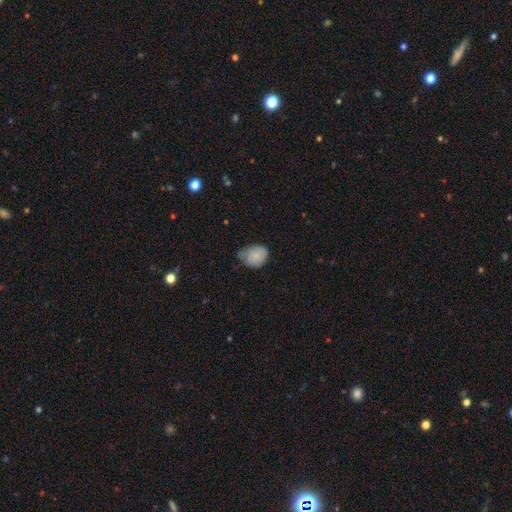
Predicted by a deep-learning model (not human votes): Smooth or featured? smooth (81%)
How rounded? round (50%)
Merging? minor disturbance (52%)